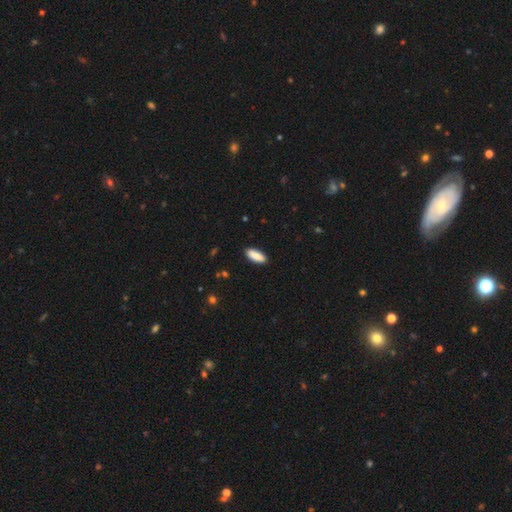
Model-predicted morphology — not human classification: smooth-or-featured: smooth: 88% | featured or disk: 6% | star or artifact: 6%
  how-rounded: in between: 80% | cigar-shaped: 18% | round: 2%
  merging: none: 90% | minor disturbance: 8% | major disturbance: 2% | merger: 1%